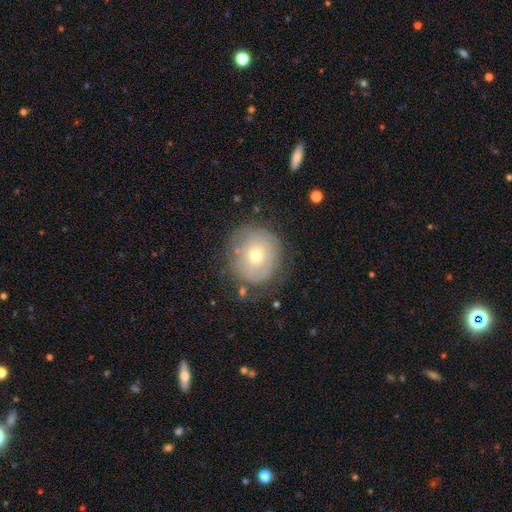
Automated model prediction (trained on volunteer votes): smooth_or_featured: featured or disk (p=0.46) [alt: smooth p=0.44]
merging: none (p=0.71) [alt: minor disturbance p=0.18]